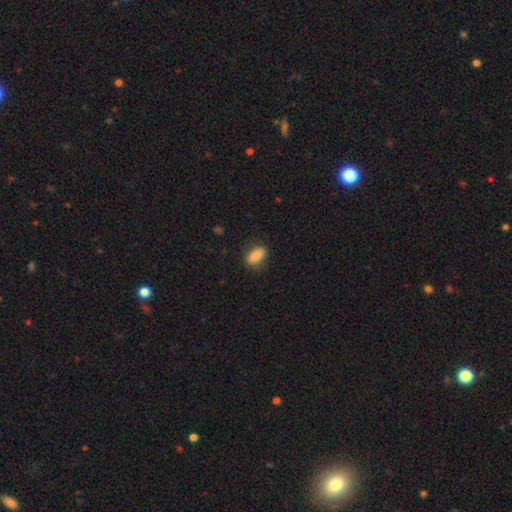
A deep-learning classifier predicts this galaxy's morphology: Smooth or featured?
  - smooth: 82% *
  - featured or disk: 10%
  - star or artifact: 8%
How rounded?
  - in between: 86% *
  - cigar-shaped: 8%
  - round: 6%
Merging?
  - none: 80% *
  - minor disturbance: 15%
  - major disturbance: 4%
  - merger: 1%